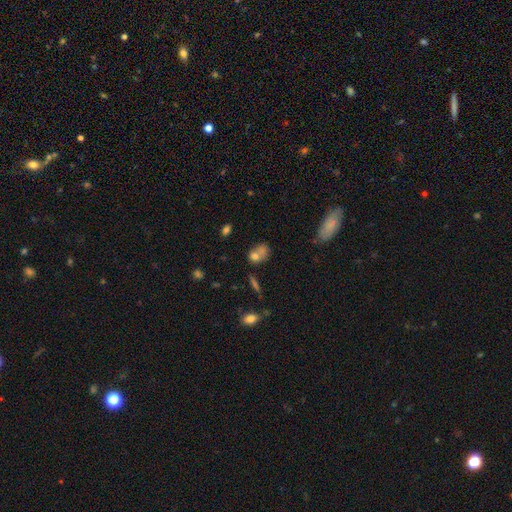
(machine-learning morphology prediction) This appears to be a smooth galaxy with no disk features (71%) that is in between round and cigar-shaped (59%). Merging: merger (44%).